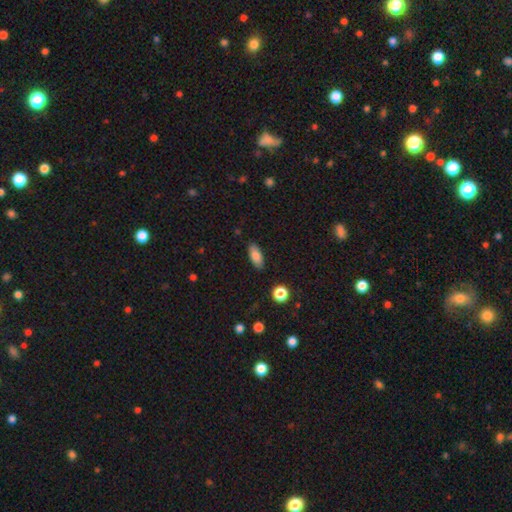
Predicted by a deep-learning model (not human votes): The model was most divided on "how rounded": in between: 84%, cigar-shaped: 13%, round: 3%. More confident: merging — none (87%); smooth or featured — smooth (83%).